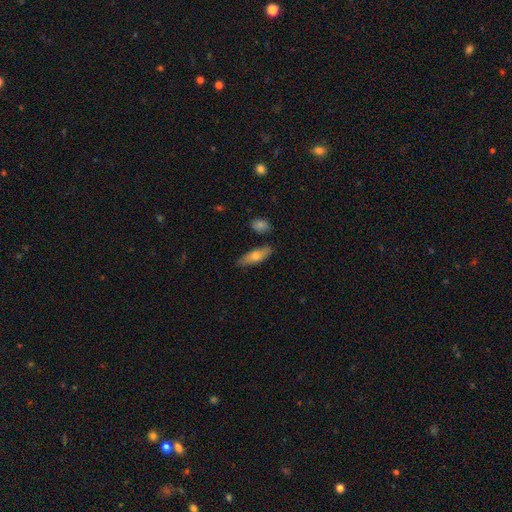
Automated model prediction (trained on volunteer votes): A smooth galaxy with no disk features (67%) that is in between round and cigar-shaped (53%). Merging: none (80%).